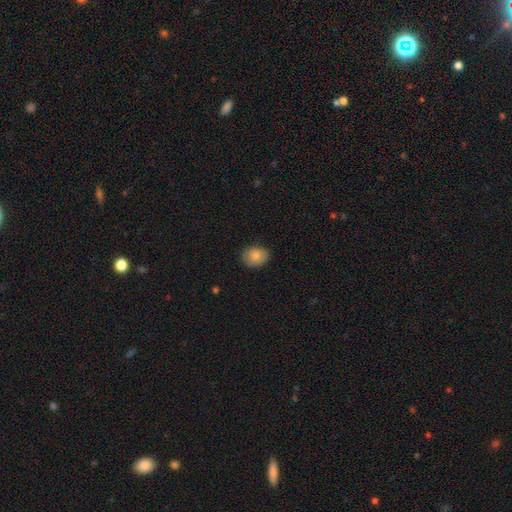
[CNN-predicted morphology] Smooth or featured?
  - smooth: 85% *
  - featured or disk: 8%
  - star or artifact: 8%
How rounded?
  - in between: 53% *
  - round: 46%
  - cigar-shaped: 1%
Merging?
  - none: 83% *
  - minor disturbance: 13%
  - major disturbance: 3%
  - merger: 1%